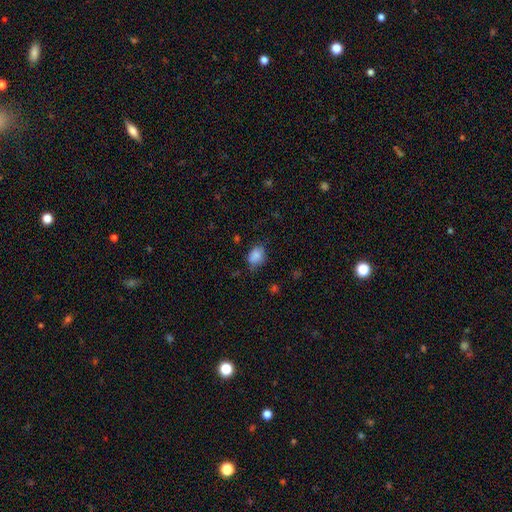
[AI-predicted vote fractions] A smooth galaxy with no disk features (85%) that is in between round and cigar-shaped (67%). Merging: none (63%).